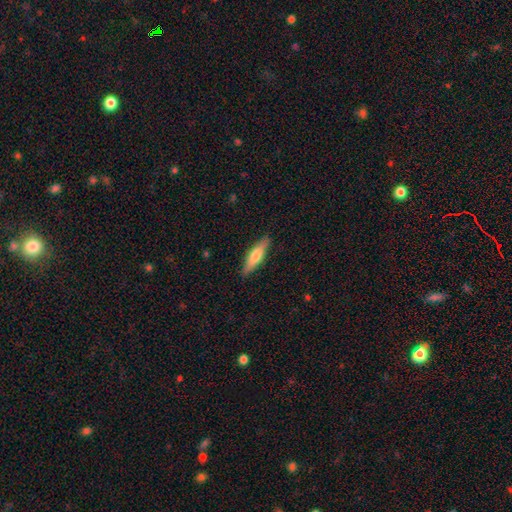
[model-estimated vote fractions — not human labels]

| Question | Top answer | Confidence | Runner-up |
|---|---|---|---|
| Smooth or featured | smooth | 64% | featured or disk (30%) |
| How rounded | cigar-shaped | 74% | in between (25%) |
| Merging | none | 88% | minor disturbance (9%) |